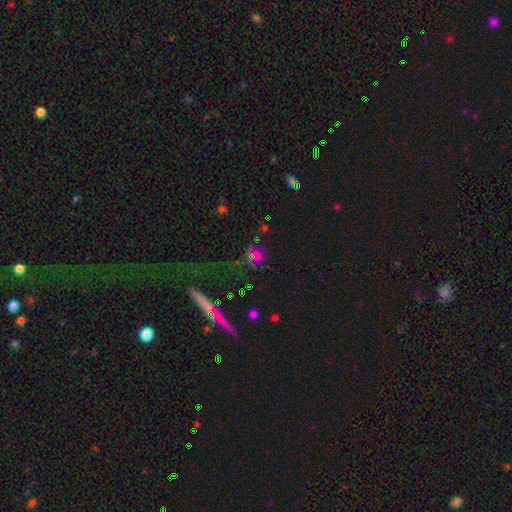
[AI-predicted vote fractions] Smooth or featured: smooth — 47% (star or artifact — 39%)
Merging: none — 74% (minor disturbance — 15%)